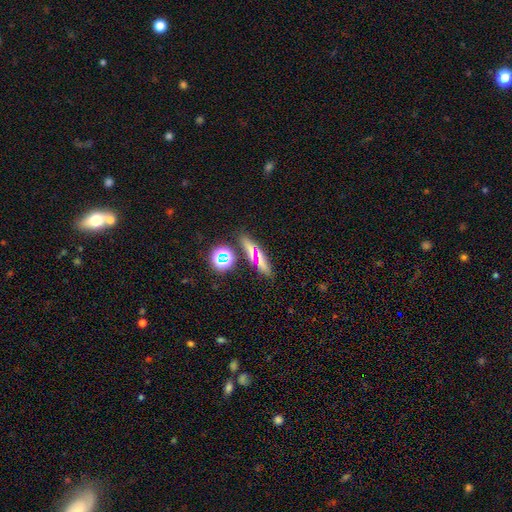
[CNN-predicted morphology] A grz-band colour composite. It shows a smooth galaxy with no disk features (57%) that is cigar-shaped (64%). Merging: none (81%).